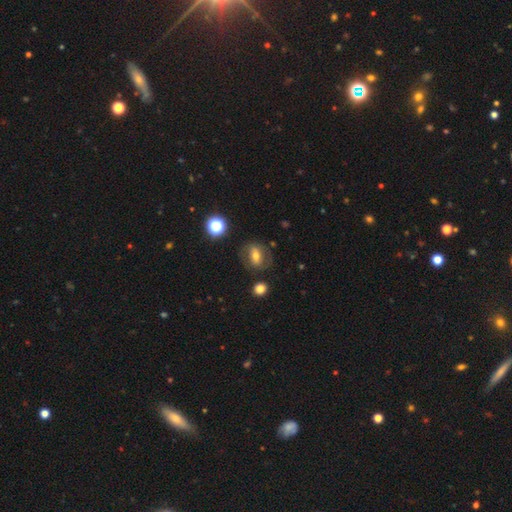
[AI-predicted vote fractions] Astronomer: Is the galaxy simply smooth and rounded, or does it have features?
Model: smooth — 46% (runner-up: featured or disk, 43%).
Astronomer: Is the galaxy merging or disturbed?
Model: none — 74%.